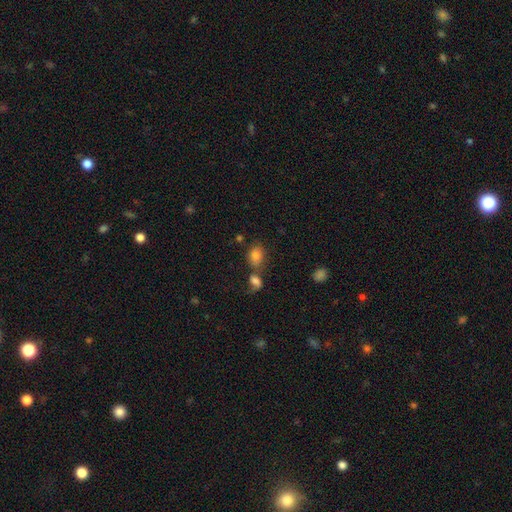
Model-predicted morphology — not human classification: type=smooth (78%); roundness=in between (68%); merging=none (52%).